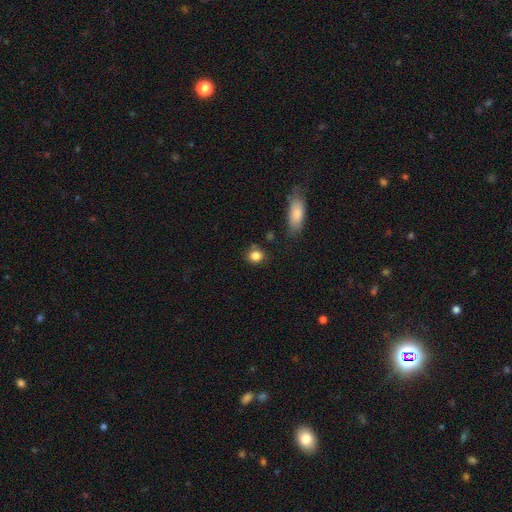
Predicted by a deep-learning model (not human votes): Smooth or featured? smooth (85%)
How rounded? round (75%)
Merging? none (76%)